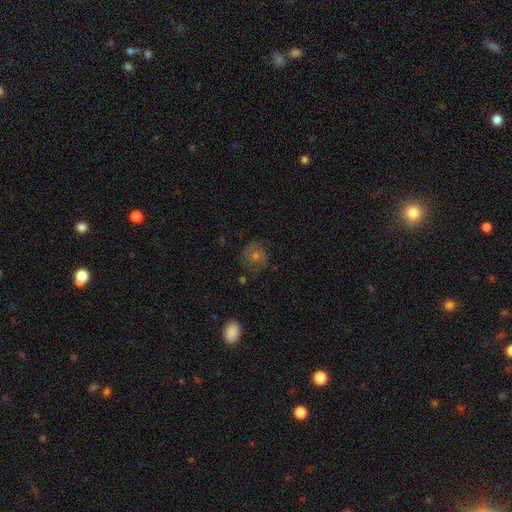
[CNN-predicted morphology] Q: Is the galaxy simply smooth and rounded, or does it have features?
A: featured or disk — 46%.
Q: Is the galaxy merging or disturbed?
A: none — 78%.